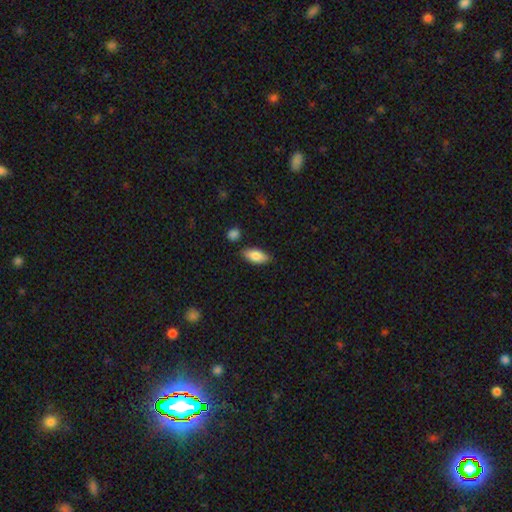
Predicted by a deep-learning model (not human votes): The model was most divided on "merging": none: 82%, minor disturbance: 13%, merger: 3%, major disturbance: 2%. More confident: how rounded — in between (88%); smooth or featured — smooth (82%).